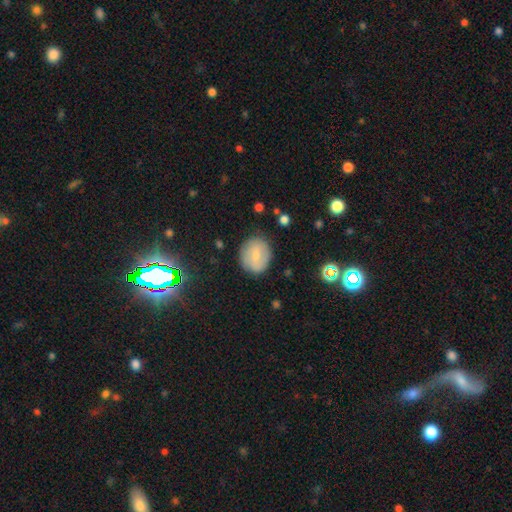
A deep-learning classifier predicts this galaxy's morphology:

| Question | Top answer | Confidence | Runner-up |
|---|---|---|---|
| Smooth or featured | smooth | 67% | featured or disk (24%) |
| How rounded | round | 69% | in between (30%) |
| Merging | none | 82% | minor disturbance (13%) |